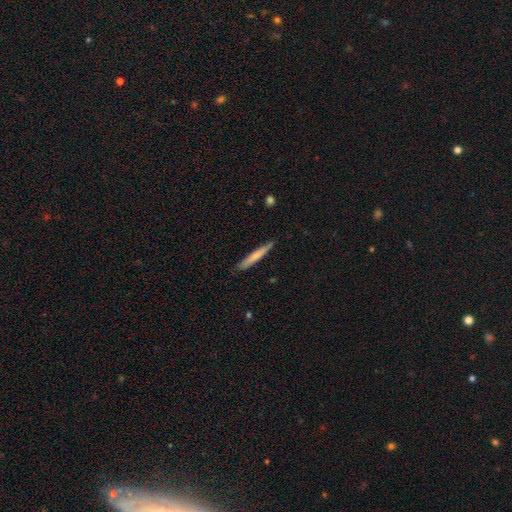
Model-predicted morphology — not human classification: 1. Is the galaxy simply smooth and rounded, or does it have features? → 68% smooth, 27% featured or disk, 5% star or artifact.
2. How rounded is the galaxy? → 95% cigar-shaped, 3% in between, 1% round.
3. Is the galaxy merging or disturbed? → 87% none, 10% minor disturbance, 2% major disturbance, 1% merger.